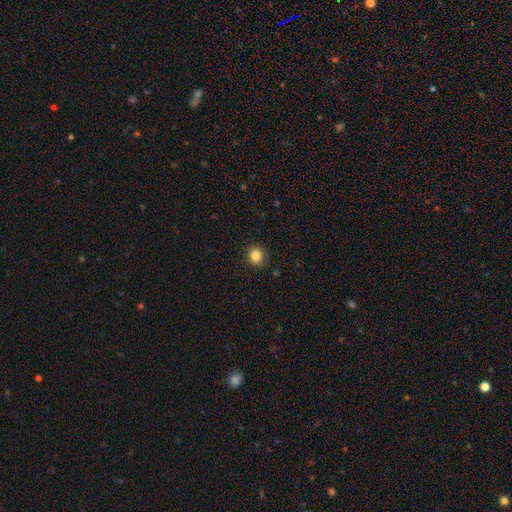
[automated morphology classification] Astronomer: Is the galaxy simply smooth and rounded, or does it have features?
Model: smooth — 84%.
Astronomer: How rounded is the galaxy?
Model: round — 86%.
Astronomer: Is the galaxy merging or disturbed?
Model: none — 91%.